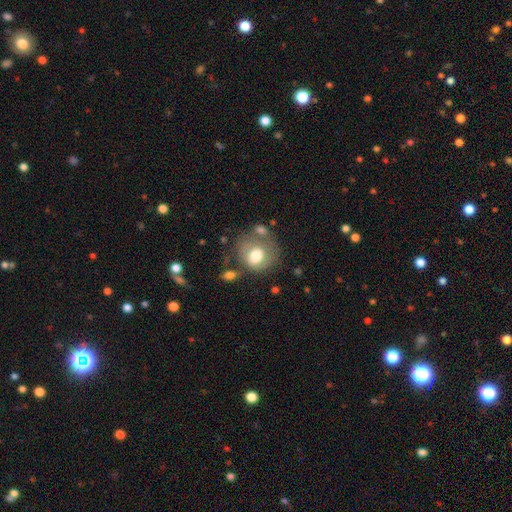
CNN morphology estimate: smooth-or-featured: smooth: 68% | featured or disk: 24% | star or artifact: 8%
  how-rounded: round: 77% | in between: 22% | cigar-shaped: 1%
  merging: none: 48% | minor disturbance: 22% | merger: 16% | major disturbance: 14%